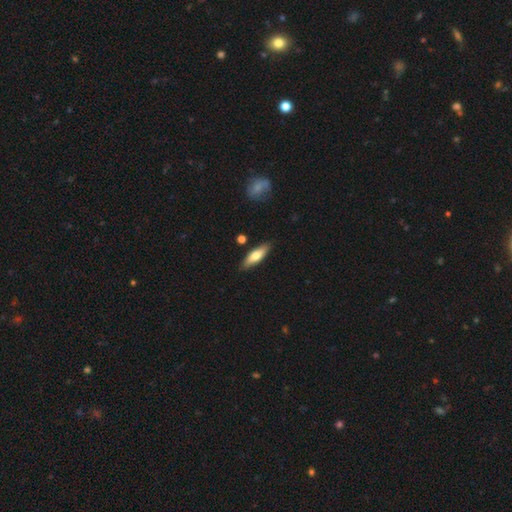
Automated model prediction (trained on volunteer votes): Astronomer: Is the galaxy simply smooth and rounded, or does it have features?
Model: smooth — 66%.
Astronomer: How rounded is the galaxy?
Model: cigar-shaped — 52% (runner-up: in between, 46%).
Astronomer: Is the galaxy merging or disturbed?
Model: none — 85%.